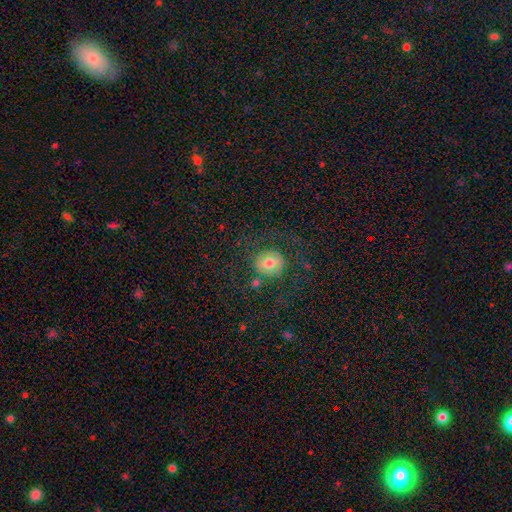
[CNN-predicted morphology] A smooth galaxy with no disk features (38%). Merging: none (76%).